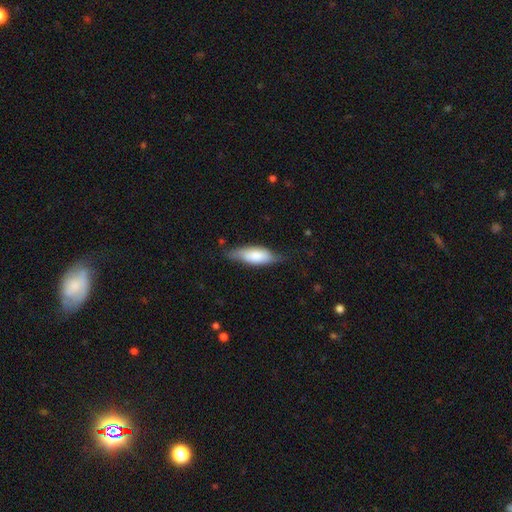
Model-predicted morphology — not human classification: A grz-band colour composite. It shows a smooth galaxy with no disk features (68%) that is in between round and cigar-shaped (67%). Merging: none (62%).